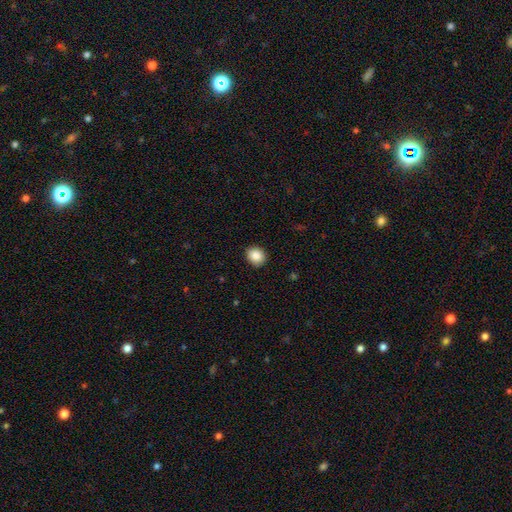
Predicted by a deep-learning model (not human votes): The model was most divided on "how rounded": round: 70%, in between: 29%, cigar-shaped: 1%. More confident: merging — none (90%); smooth or featured — smooth (87%).